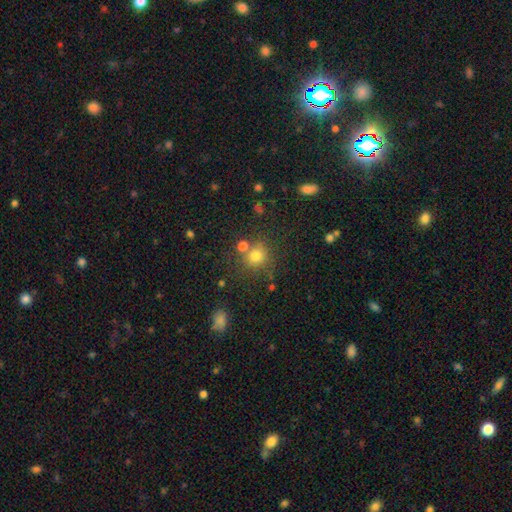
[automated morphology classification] Overall: smooth (76%). How rounded: round (86%). Merging: none (70%).